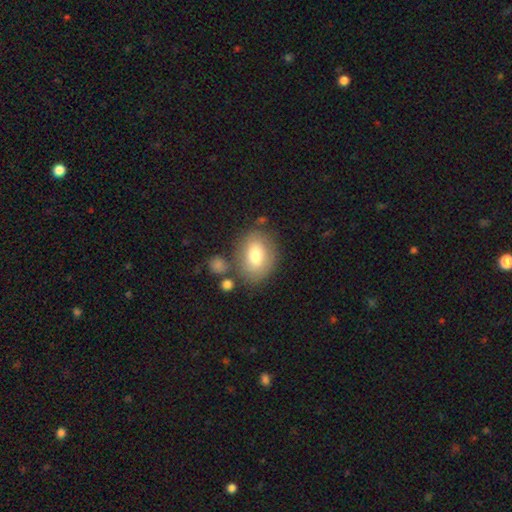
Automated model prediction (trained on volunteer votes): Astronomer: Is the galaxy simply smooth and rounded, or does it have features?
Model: smooth — 74%.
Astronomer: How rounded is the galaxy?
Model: in between — 71%.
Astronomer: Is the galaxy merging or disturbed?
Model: none — 71%.